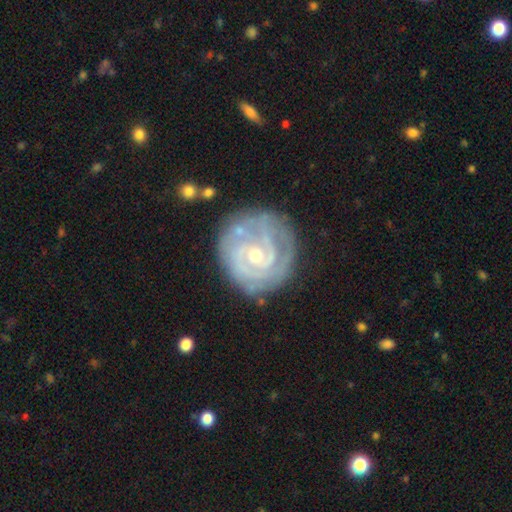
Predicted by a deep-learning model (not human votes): smooth-or-featured: featured or disk: 87% | smooth: 9% | star or artifact: 5%
  disk-edge-on: no: 98% | yes: 2%
    bar: no: 59% | weak: 33% | strong: 8%
    has-spiral-arms: yes: 95% | no: 5%
      spiral-winding: tight: 74% | medium: 21% | loose: 5%
      spiral-arm-count: 2: 38% | 3: 23% | can't tell: 22% | 4: 6% | 1: 6% | more than 4: 4%
    bulge-size: small: 49% | moderate: 47% | large: 2% | none: 1% | dominant: 1%
  merging: none: 75% | minor disturbance: 16% | major disturbance: 6% | merger: 3%